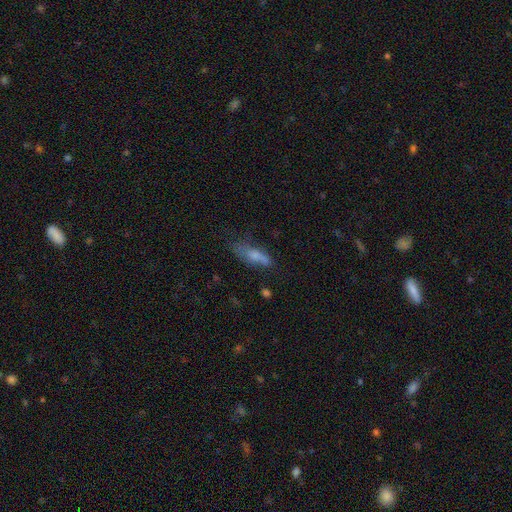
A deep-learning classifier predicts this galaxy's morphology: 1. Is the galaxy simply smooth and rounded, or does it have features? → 68% smooth, 23% featured or disk, 9% star or artifact.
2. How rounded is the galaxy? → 50% in between, 48% cigar-shaped, 3% round.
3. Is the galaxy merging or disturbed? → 47% none, 31% minor disturbance, 16% major disturbance, 6% merger.